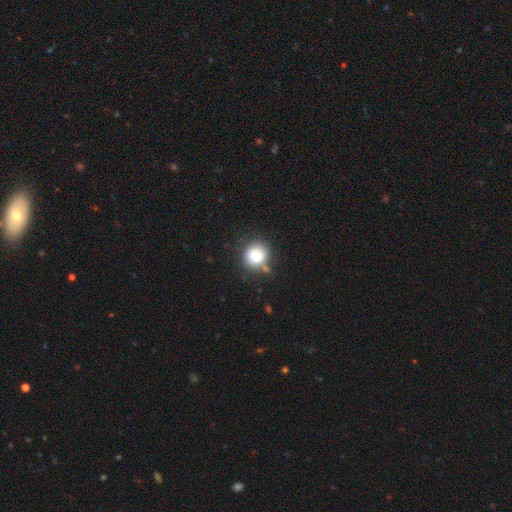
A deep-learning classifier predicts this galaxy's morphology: This appears to be a smooth galaxy with no disk features (81%) that is round (89%). Merging: none (72%).